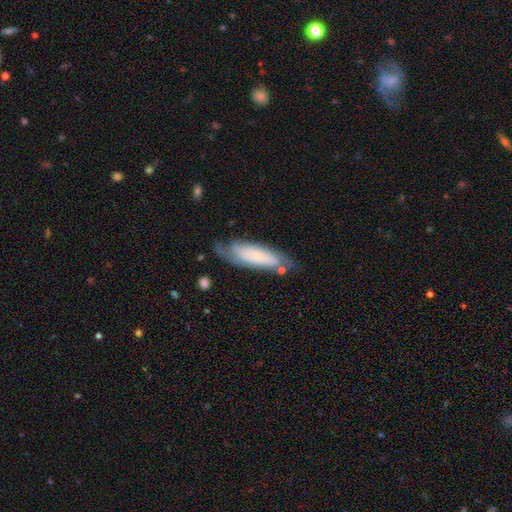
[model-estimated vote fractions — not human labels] smooth 48%, featured or disk 45%, star or artifact 7%. Down the decision tree: merging — none (62%).